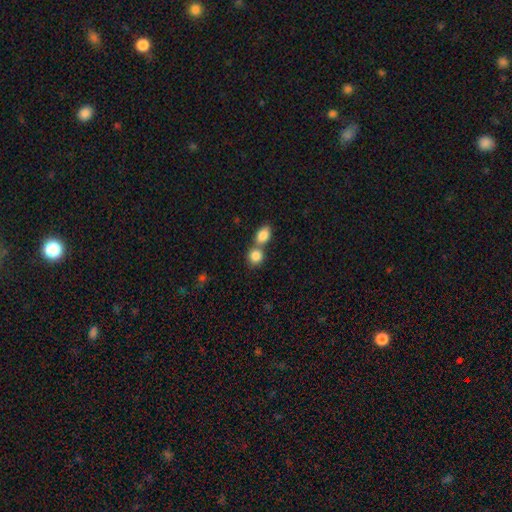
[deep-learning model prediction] Smooth or featured?
  - smooth: 85% *
  - star or artifact: 8%
  - featured or disk: 7%
How rounded?
  - round: 74% *
  - in between: 25%
  - cigar-shaped: 1%
Merging?
  - merger: 52% *
  - none: 40%
  - minor disturbance: 6%
  - major disturbance: 2%